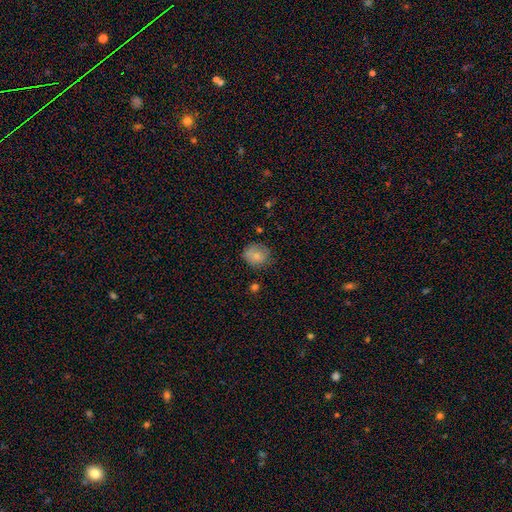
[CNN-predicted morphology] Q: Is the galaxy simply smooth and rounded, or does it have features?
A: smooth — 78%.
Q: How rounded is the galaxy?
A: round — 74%.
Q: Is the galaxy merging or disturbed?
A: none — 68%.